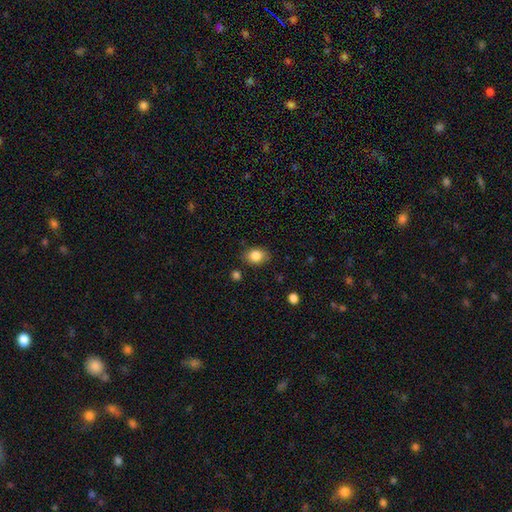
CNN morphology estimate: This appears to be a smooth galaxy with no disk features (84%) that is in between round and cigar-shaped (68%). Merging: none (82%).